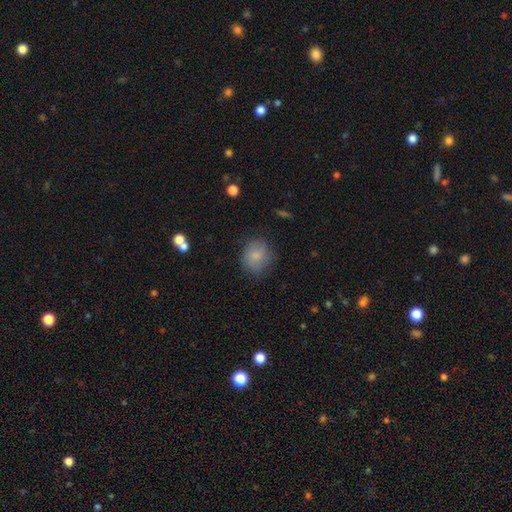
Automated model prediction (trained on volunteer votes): Smooth or featured?
  - smooth: 79% *
  - featured or disk: 12%
  - star or artifact: 9%
How rounded?
  - round: 69% *
  - in between: 30%
  - cigar-shaped: 1%
Merging?
  - none: 74% *
  - minor disturbance: 19%
  - major disturbance: 6%
  - merger: 2%